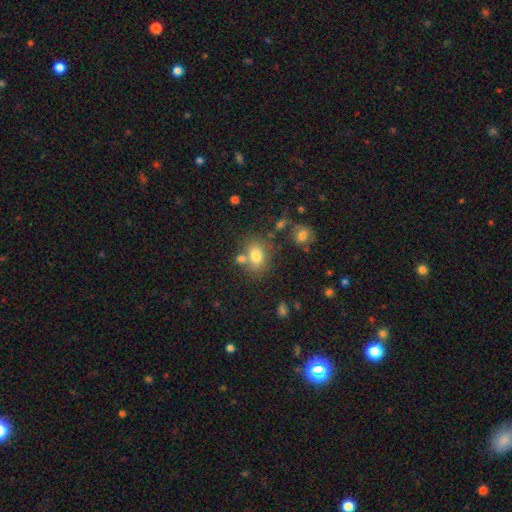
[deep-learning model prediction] A smooth galaxy with no disk features (77%) that is in between round and cigar-shaped (59%).

Vote fractions:
- Smooth or featured? smooth: 77% / star or artifact: 12% / featured or disk: 11%
- How rounded? in between: 59% / round: 40% / cigar-shaped: 1%
- Merging? none: 62% / merger: 19% / minor disturbance: 14% / major disturbance: 5%